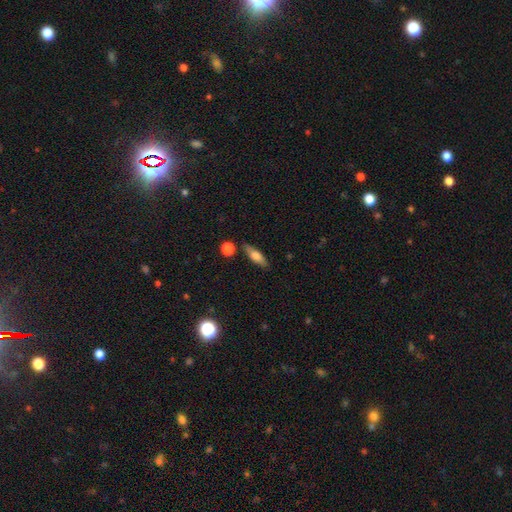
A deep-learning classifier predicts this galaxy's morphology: A smooth galaxy with no disk features (59%) that is cigar-shaped (50%). Merging: none (80%).